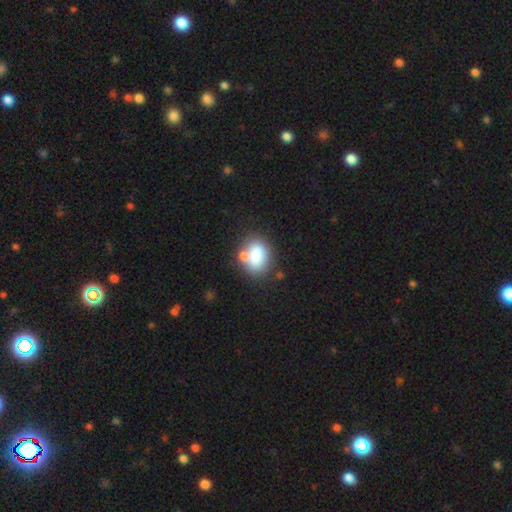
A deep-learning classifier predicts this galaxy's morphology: Smooth or featured?
  - smooth: 77% *
  - featured or disk: 14%
  - star or artifact: 9%
How rounded?
  - in between: 71% *
  - round: 27%
  - cigar-shaped: 1%
Merging?
  - none: 52% *
  - merger: 28%
  - minor disturbance: 14%
  - major disturbance: 6%